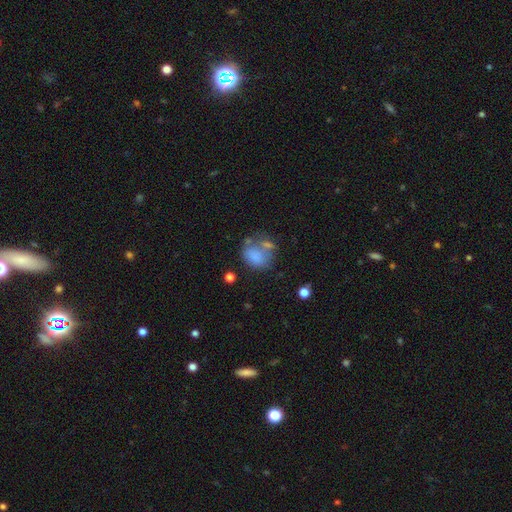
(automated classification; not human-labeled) Morphology: type=smooth (71%); roundness=in between (56%); merging=none (36%).